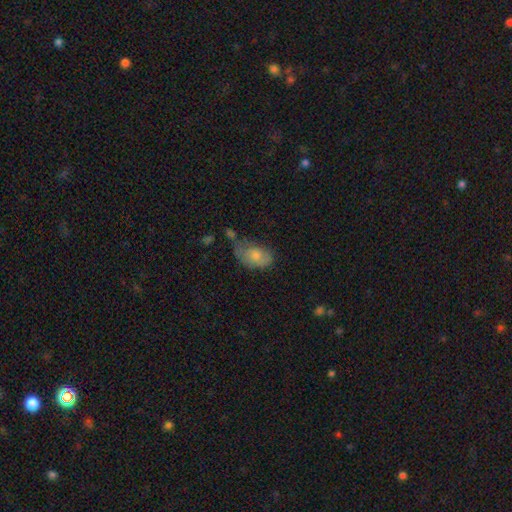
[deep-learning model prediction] Smooth or featured: smooth — 73% (featured or disk — 19%)
How rounded: in between — 88% (round — 10%)
Merging: none — 37% (minor disturbance — 33%)